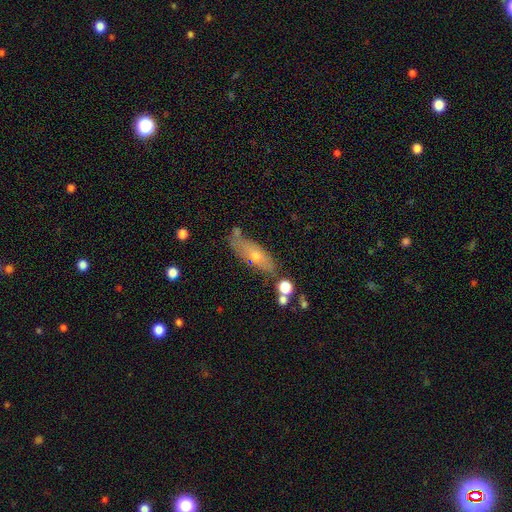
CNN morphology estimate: Smooth or featured: smooth — 56% (featured or disk — 35%)
How rounded: in between — 50% (cigar-shaped — 47%)
Merging: none — 62% (minor disturbance — 21%)